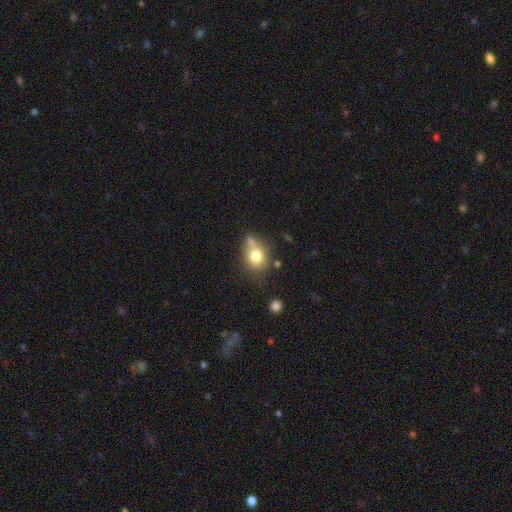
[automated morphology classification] type=smooth (75%); roundness=round (57%); merging=none (51%).